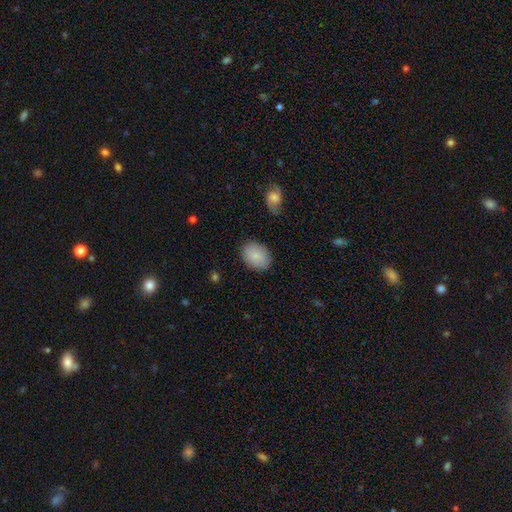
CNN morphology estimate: The model was most divided on "how rounded": in between: 72%, round: 27%, cigar-shaped: 1%. More confident: smooth or featured — smooth (86%); merging — none (85%).